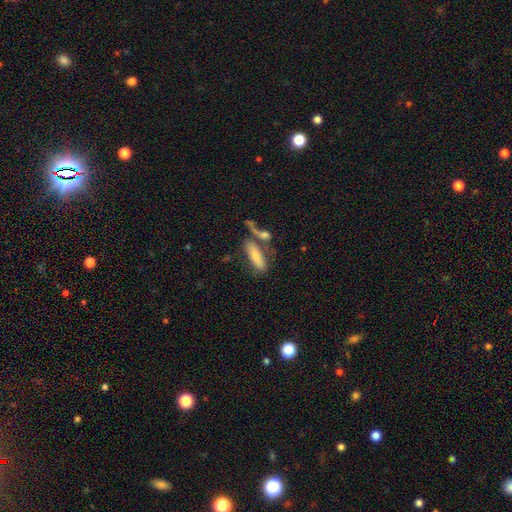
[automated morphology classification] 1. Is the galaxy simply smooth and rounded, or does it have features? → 60% smooth, 31% featured or disk, 9% star or artifact.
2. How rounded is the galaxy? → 57% cigar-shaped, 41% in between, 3% round.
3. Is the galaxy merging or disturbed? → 48% none, 27% merger, 16% minor disturbance, 9% major disturbance.